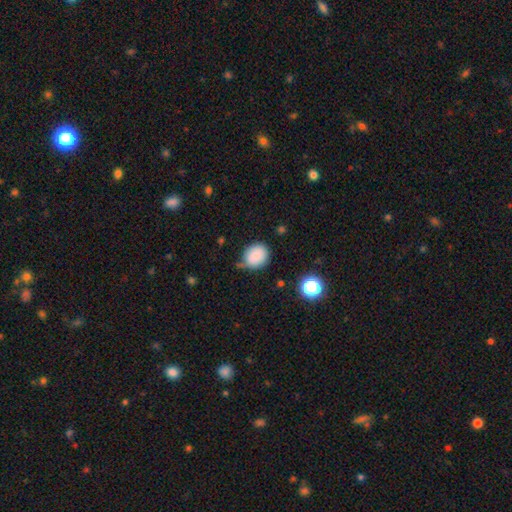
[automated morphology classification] This appears to be a smooth galaxy with no disk features (85%) that is round (73%). Merging: none (64%).